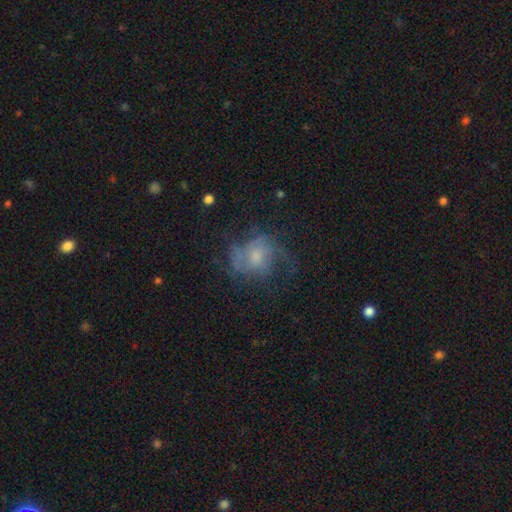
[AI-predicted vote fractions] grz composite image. It shows a featured or disk galaxy (59%) with no bar (70%), spiral arms (72%) and a moderate central bulge (44%). Merging: none (51%).